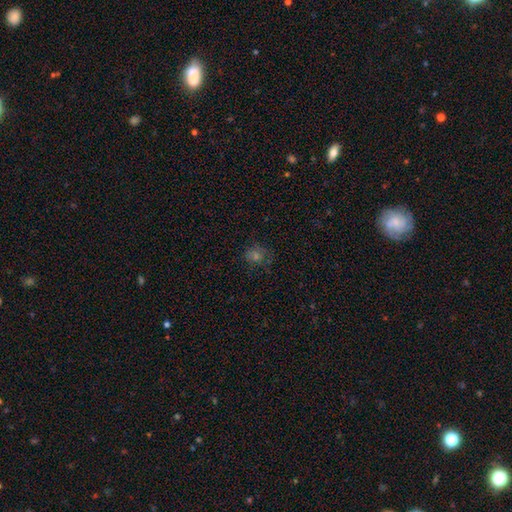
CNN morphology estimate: A smooth galaxy with no disk features (51%) that is round (79%).

Vote fractions:
- Smooth or featured? smooth: 51% / star or artifact: 31% / featured or disk: 18%
- How rounded? round: 79% / in between: 20% / cigar-shaped: 1%
- Merging? none: 76% / minor disturbance: 15% / major disturbance: 7% / merger: 2%